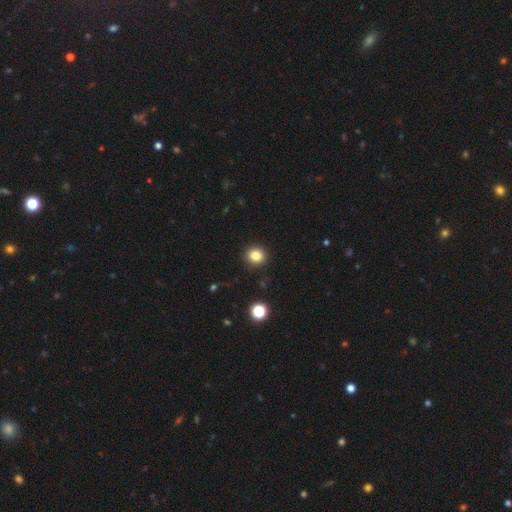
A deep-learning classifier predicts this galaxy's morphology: Smooth or featured? smooth (83%)
How rounded? round (89%)
Merging? none (91%)